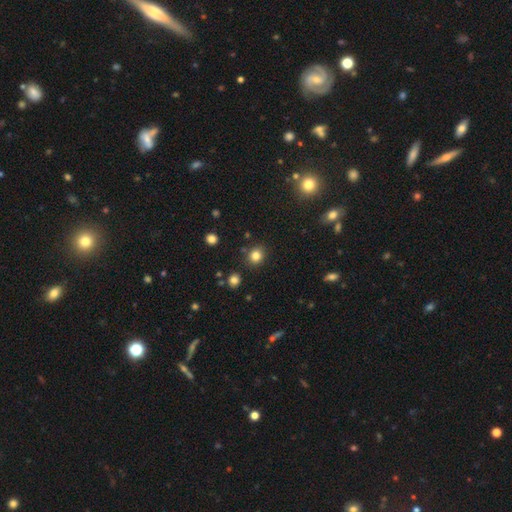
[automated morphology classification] This is clearly a smooth galaxy (82%). How rounded: likely round (77%). Merging: clearly none (84%).